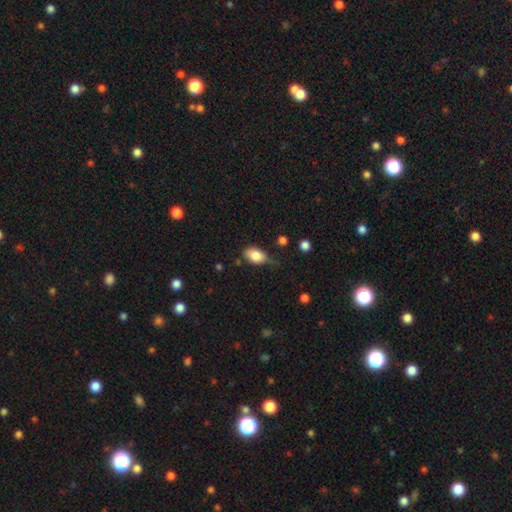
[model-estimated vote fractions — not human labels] A smooth galaxy with no disk features (83%) that is in between round and cigar-shaped (87%).

Vote fractions:
- Smooth or featured? smooth: 83% / featured or disk: 10% / star or artifact: 8%
- How rounded? in between: 87% / round: 11% / cigar-shaped: 2%
- Merging? none: 53% / minor disturbance: 35% / major disturbance: 9% / merger: 3%